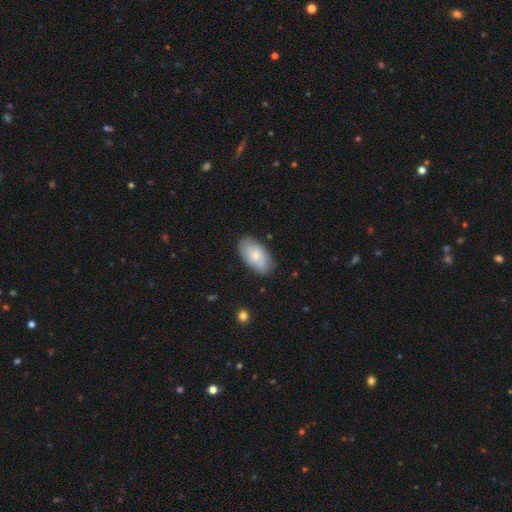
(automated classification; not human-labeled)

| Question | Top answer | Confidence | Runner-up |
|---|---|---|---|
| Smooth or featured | smooth | 72% | featured or disk (23%) |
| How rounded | in between | 94% | round (3%) |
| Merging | none | 78% | minor disturbance (17%) |